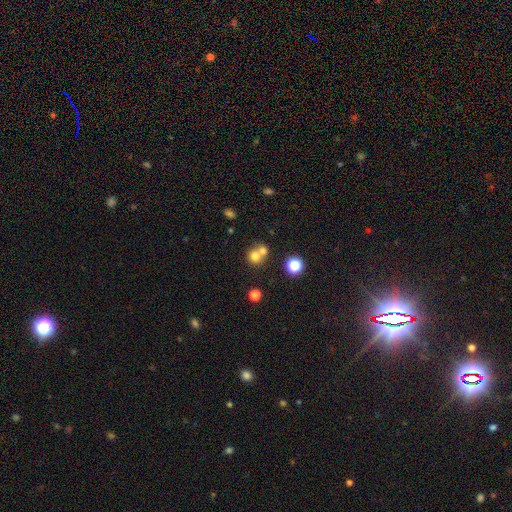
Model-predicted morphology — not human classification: Overall: smooth (72%). How rounded: round (82%). Merging: merger (52%; none 39%).